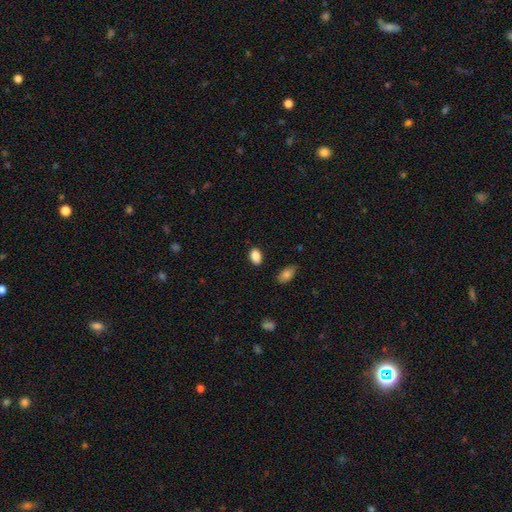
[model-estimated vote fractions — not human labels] Smooth or featured? Predicted: smooth (p=0.88). How rounded? Predicted: in between (p=0.88). Merging? Predicted: none (p=0.86).